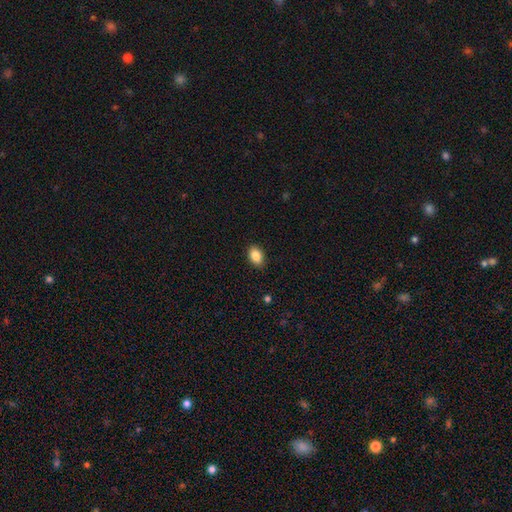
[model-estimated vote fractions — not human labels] The model was most divided on "how rounded": in between: 84%, round: 14%, cigar-shaped: 1%. More confident: merging — none (89%); smooth or featured — smooth (87%).